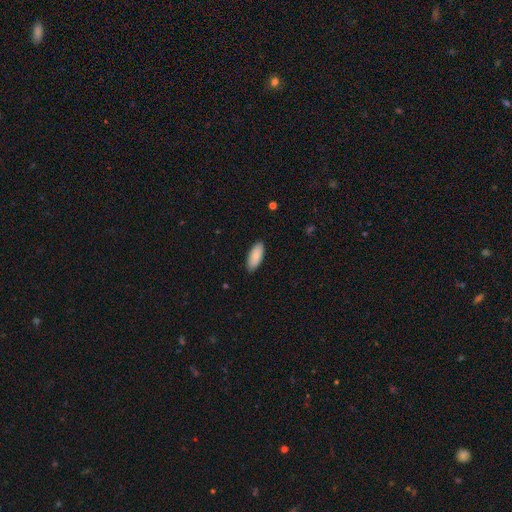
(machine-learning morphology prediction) type=smooth (89%); roundness=in between (86%); merging=none (88%).